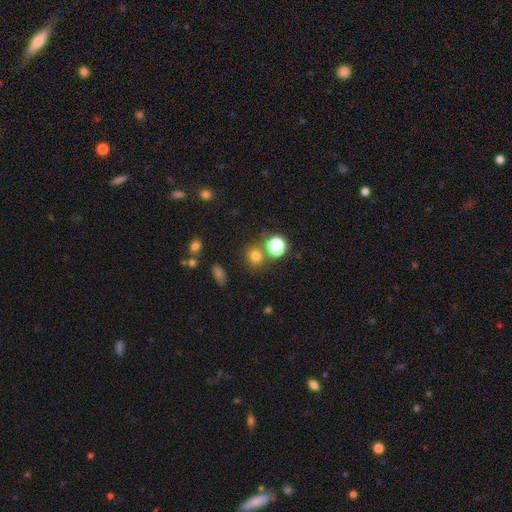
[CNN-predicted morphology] Smooth or featured? Predicted: smooth (p=0.72). How rounded? Predicted: round (p=0.85). Merging? Predicted: none (p=0.74).